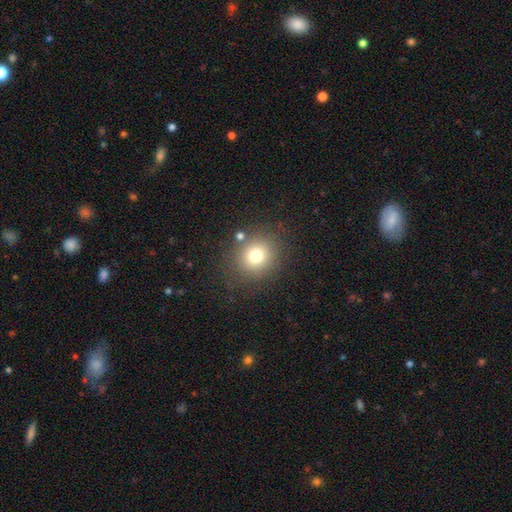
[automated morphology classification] smooth-or-featured: smooth: 75% | star or artifact: 15% | featured or disk: 10%
  how-rounded: round: 83% | in between: 16% | cigar-shaped: 1%
  merging: none: 81% | minor disturbance: 10% | major disturbance: 5% | merger: 5%